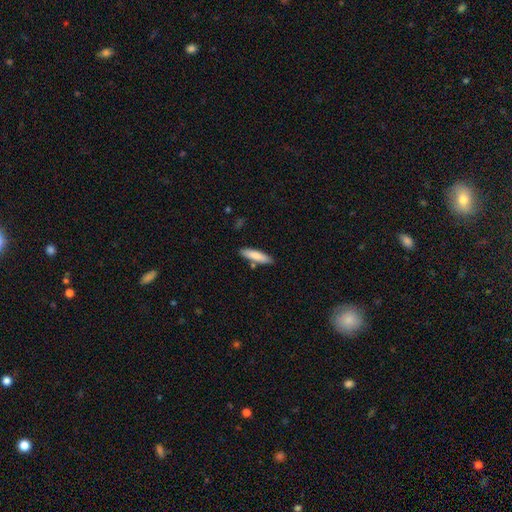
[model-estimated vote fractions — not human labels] Smooth or featured? smooth (83%)
How rounded? cigar-shaped (74%)
Merging? none (82%)